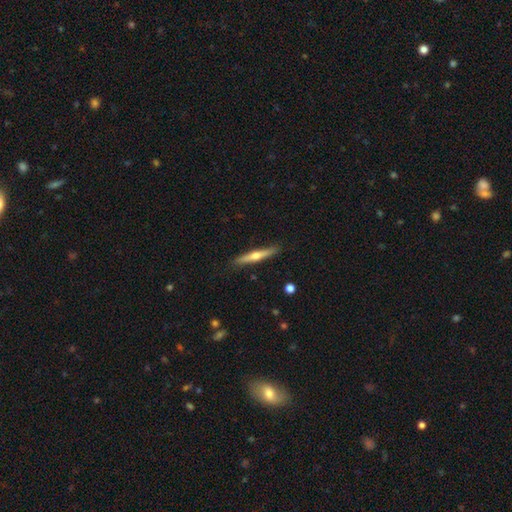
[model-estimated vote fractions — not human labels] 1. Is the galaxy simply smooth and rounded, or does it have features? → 55% featured or disk, 39% smooth, 5% star or artifact.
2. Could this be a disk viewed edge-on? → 96% yes, 4% no.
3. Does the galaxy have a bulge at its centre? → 88% rounded, 9% none, 3% boxy.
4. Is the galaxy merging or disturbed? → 89% none, 8% minor disturbance, 2% major disturbance, 1% merger.